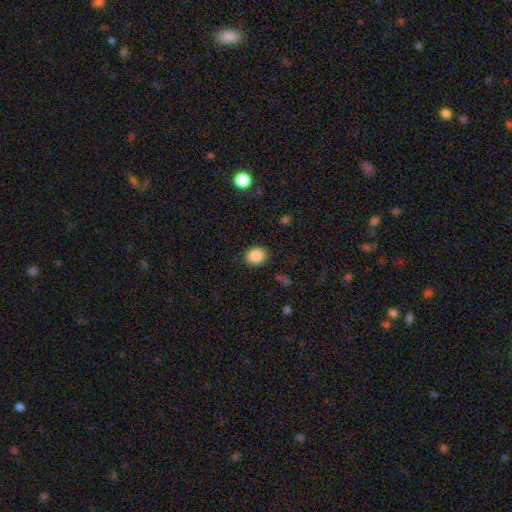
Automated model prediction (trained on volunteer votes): smooth_or_featured: smooth (p=0.87) [alt: star or artifact p=0.09]
how_rounded: round (p=0.56) [alt: in between p=0.43]
merging: none (p=0.87) [alt: minor disturbance p=0.09]